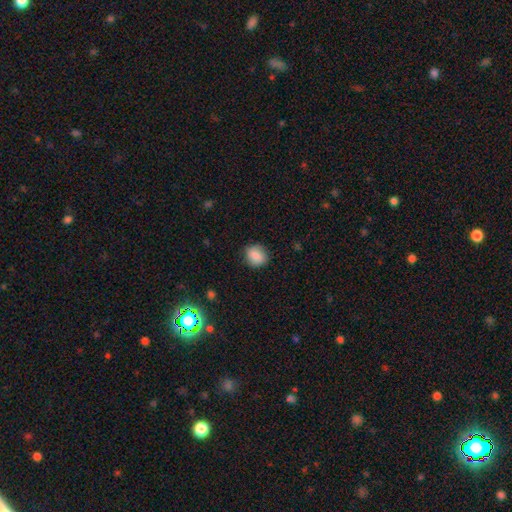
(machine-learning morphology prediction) Smooth or featured? Predicted: smooth (p=0.86). How rounded? Predicted: round (p=0.74). Merging? Predicted: none (p=0.85).